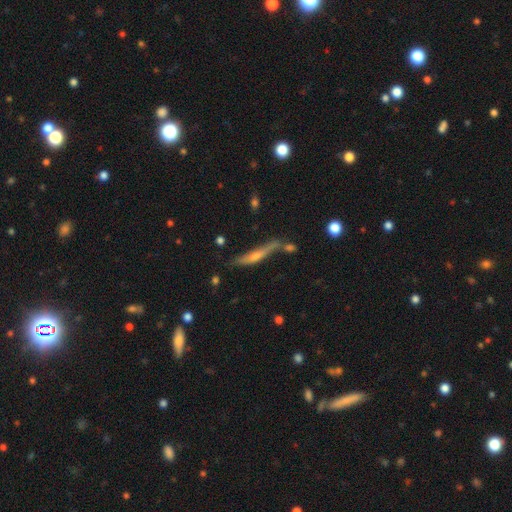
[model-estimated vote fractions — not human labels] This is possibly a featured or disk galaxy (57%). It is likely viewed edge-on (80%). Merging: likely none (63%).